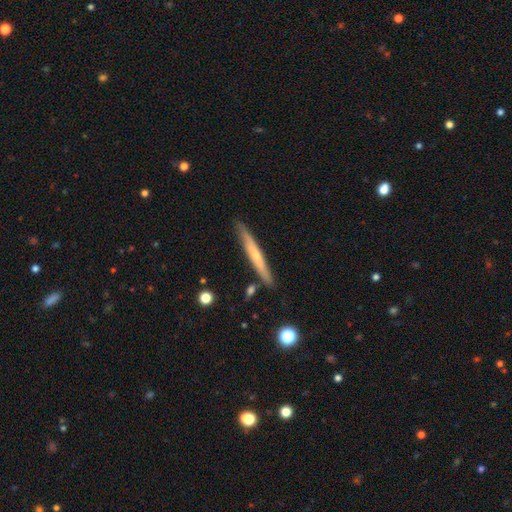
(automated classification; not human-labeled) Smooth or featured?
  - featured or disk: 50% *
  - smooth: 44%
  - star or artifact: 6%
Merging?
  - none: 86% *
  - minor disturbance: 10%
  - merger: 3%
  - major disturbance: 2%